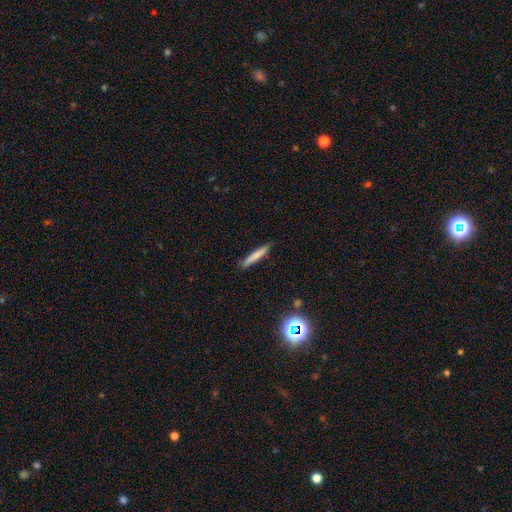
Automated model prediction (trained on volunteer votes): The model was most divided on "smooth or featured": smooth: 73%, featured or disk: 20%, star or artifact: 7%. More confident: how rounded — cigar-shaped (94%); merging — none (88%).